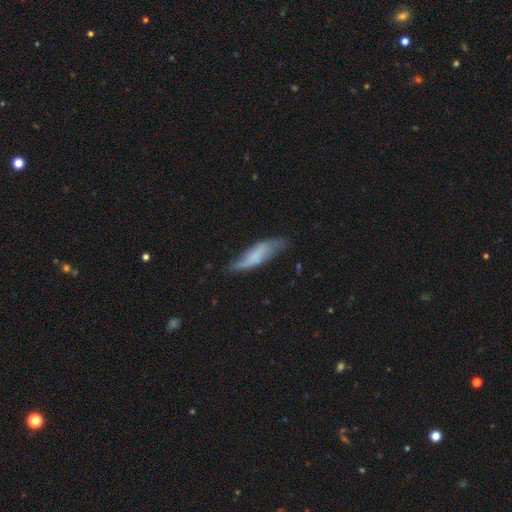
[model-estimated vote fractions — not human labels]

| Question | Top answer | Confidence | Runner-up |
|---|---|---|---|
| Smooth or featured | smooth | 55% | featured or disk (38%) |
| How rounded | cigar-shaped | 56% | in between (42%) |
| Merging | none | 49% | minor disturbance (35%) |